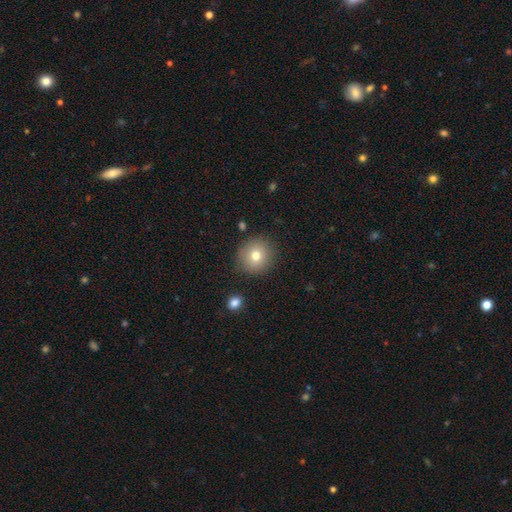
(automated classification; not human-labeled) A smooth galaxy with no disk features (76%) that is round (91%). Merging: none (87%).